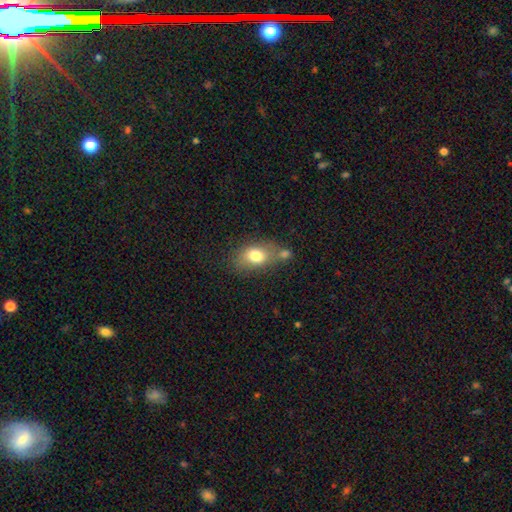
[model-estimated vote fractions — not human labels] Smooth or featured?
  - smooth: 76% *
  - featured or disk: 15%
  - star or artifact: 9%
How rounded?
  - in between: 74% *
  - round: 24%
  - cigar-shaped: 2%
Merging?
  - none: 46% *
  - merger: 27%
  - minor disturbance: 19%
  - major disturbance: 8%